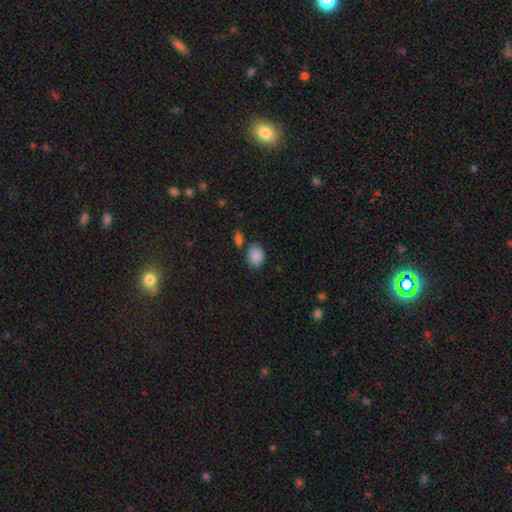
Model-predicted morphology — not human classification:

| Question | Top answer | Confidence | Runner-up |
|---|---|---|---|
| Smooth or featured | smooth | 88% | star or artifact (8%) |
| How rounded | round | 55% | in between (44%) |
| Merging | none | 72% | minor disturbance (15%) |